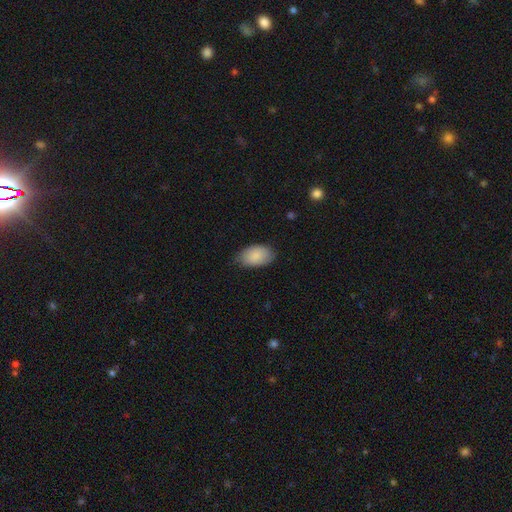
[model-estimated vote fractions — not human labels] Overall: smooth (88%). How rounded: in between (93%). Merging: none (75%).